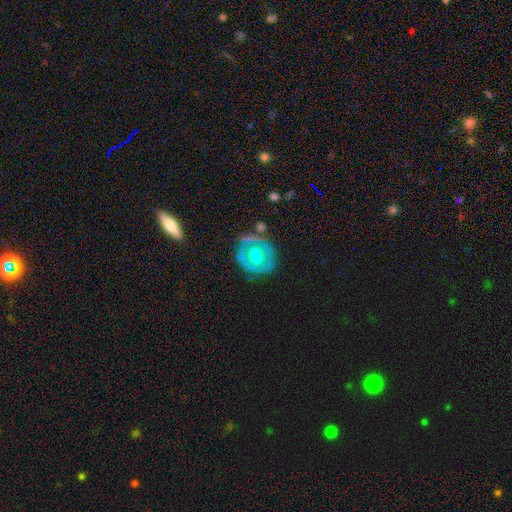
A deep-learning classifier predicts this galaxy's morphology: Smooth or featured: featured or disk — 53% (smooth — 41%)
Edge-on disk: no — 94% (yes — 6%)
Merging: none — 72% (minor disturbance — 17%)